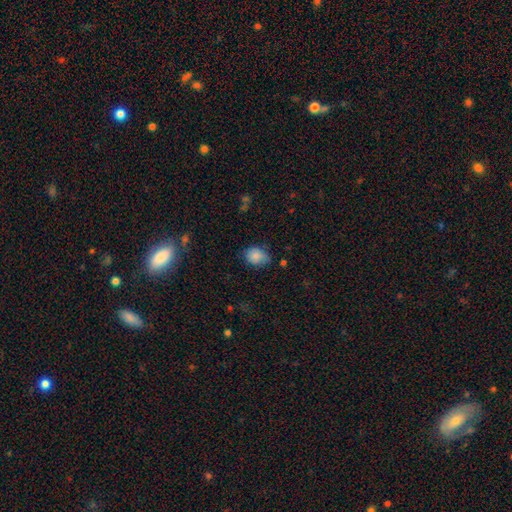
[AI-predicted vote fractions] smooth-or-featured: smooth: 82% | featured or disk: 9% | star or artifact: 9%
  how-rounded: in between: 51% | round: 48% | cigar-shaped: 1%
  merging: none: 59% | minor disturbance: 32% | major disturbance: 7% | merger: 2%